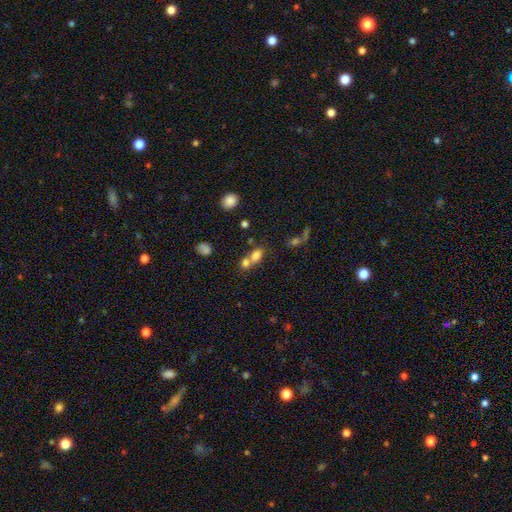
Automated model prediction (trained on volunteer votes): Smooth or featured: smooth — 74% (star or artifact — 13%)
How rounded: in between — 67% (round — 29%)
Merging: merger — 60% (none — 28%)